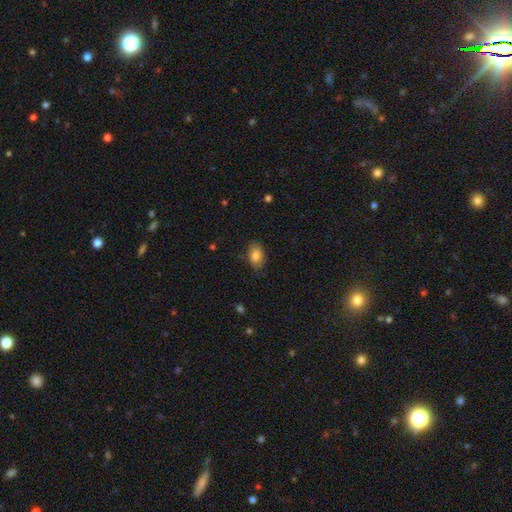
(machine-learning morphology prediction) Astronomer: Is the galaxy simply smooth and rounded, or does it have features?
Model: smooth — 82%.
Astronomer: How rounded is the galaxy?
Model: in between — 90%.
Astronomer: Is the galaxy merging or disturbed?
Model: none — 79%.